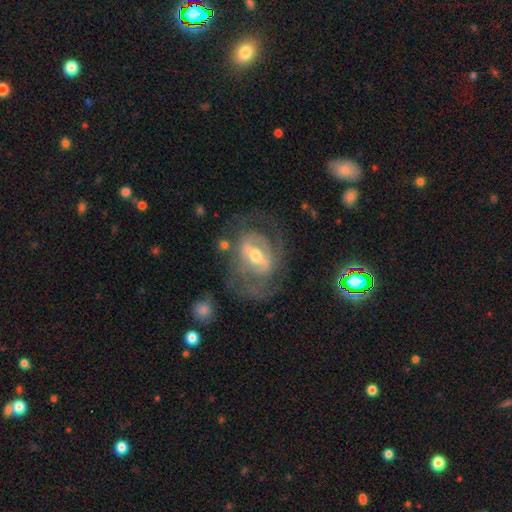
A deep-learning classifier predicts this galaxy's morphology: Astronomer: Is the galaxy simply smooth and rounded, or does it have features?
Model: featured or disk — 80%.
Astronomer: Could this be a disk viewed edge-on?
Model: no — 94%.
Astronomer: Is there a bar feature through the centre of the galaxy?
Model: strong — 50% (runner-up: weak, 35%).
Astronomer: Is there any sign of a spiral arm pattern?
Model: yes — 68%.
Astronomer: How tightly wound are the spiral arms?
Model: medium — 41% (runner-up: tight, 39%).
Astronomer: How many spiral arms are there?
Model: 2 — 55%.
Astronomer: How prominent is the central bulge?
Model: moderate — 69%.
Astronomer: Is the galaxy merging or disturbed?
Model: none — 58%.